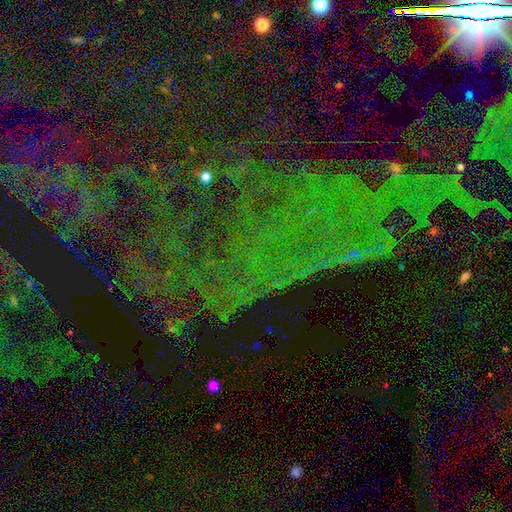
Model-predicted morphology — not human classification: Smooth or featured?
  - star or artifact: 81% *
  - featured or disk: 11%
  - smooth: 9%